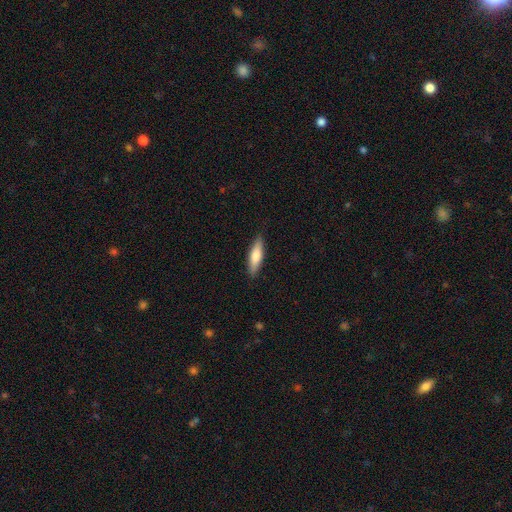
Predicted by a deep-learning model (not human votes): Q: Smooth or featured?
A: smooth (71%); runner-up: featured or disk (24%)
Q: How rounded?
A: cigar-shaped (62%); runner-up: in between (36%)
Q: Merging?
A: none (88%); runner-up: minor disturbance (9%)